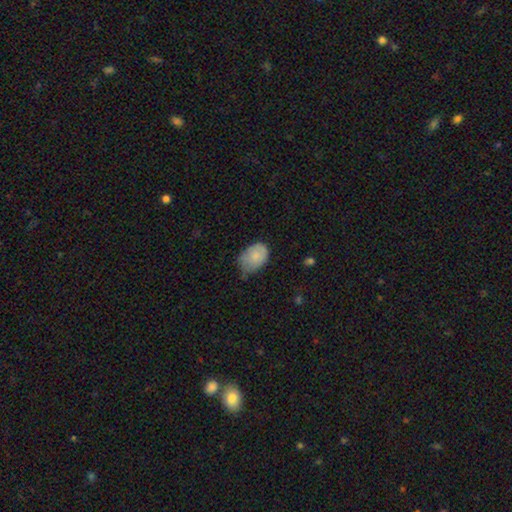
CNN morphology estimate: A smooth galaxy with no disk features (80%) that is in between round and cigar-shaped (79%). Merging: minor disturbance (48%).